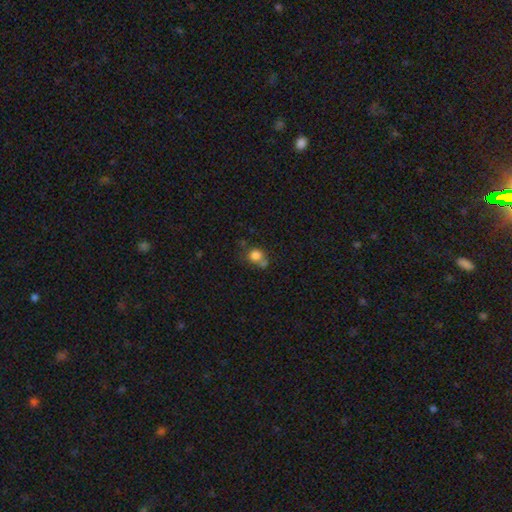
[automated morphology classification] The model was most divided on "merging": none: 46%, merger: 28%, minor disturbance: 17%, major disturbance: 8%. More confident: smooth or featured — smooth (80%); how rounded — round (78%).